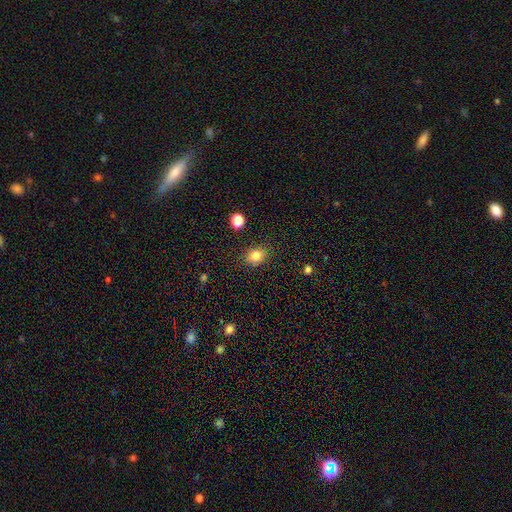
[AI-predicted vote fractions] This appears to be a smooth galaxy with no disk features (82%) that is in between round and cigar-shaped (56%). Merging: none (87%).